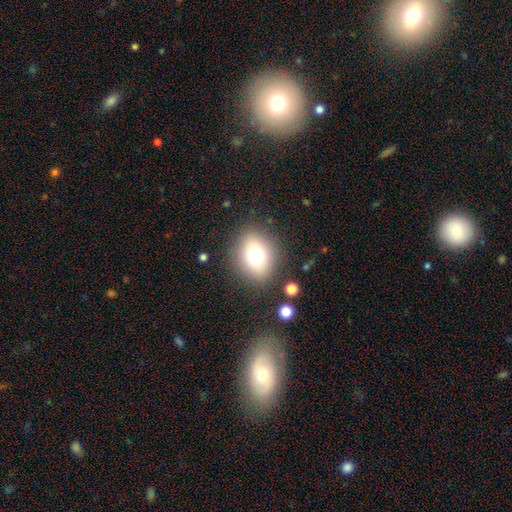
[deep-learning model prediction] A smooth galaxy with no disk features (73%) that is round (56%). Merging: none (83%).